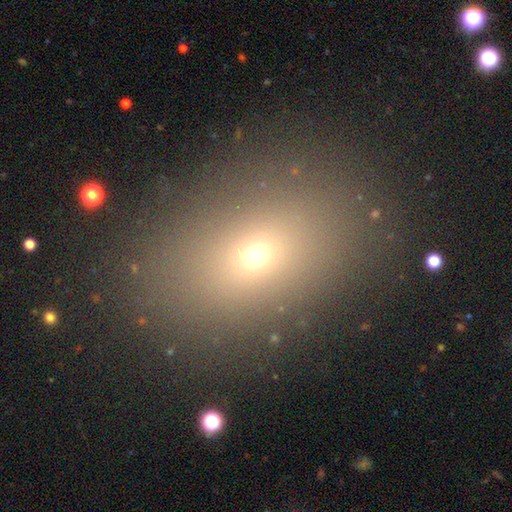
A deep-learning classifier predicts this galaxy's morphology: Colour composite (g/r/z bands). It shows a smooth galaxy with no disk features (64%) that is in between round and cigar-shaped (75%). Merging: none (83%).